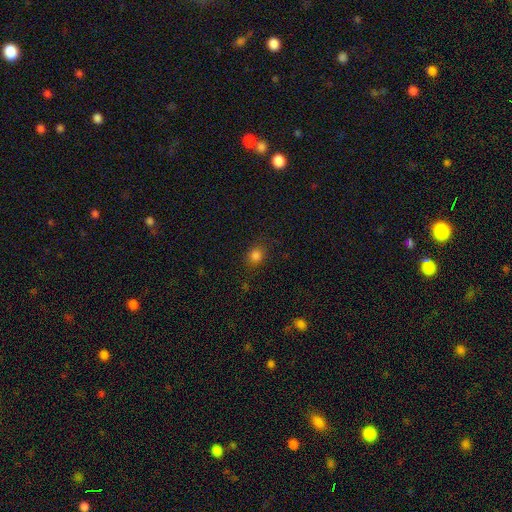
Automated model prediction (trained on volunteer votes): smooth_or_featured: smooth (p=0.81) [alt: star or artifact p=0.15]
how_rounded: round (p=0.71) [alt: in between p=0.28]
merging: none (p=0.83) [alt: minor disturbance p=0.11]